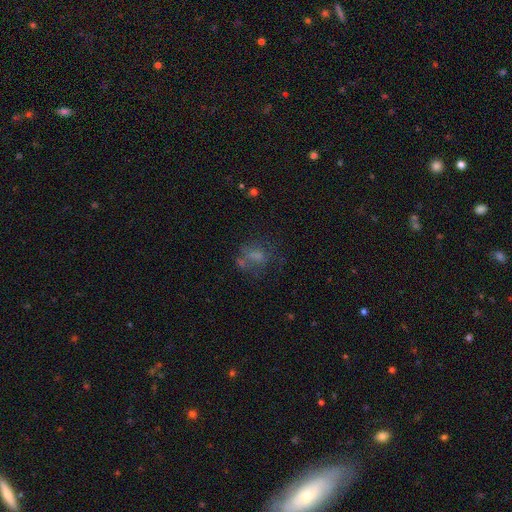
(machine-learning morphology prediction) smooth-or-featured: smooth: 50% | featured or disk: 30% | star or artifact: 19%
  how-rounded: in between: 57% | round: 40% | cigar-shaped: 3%
  merging: none: 40% | major disturbance: 25% | minor disturbance: 19% | merger: 16%